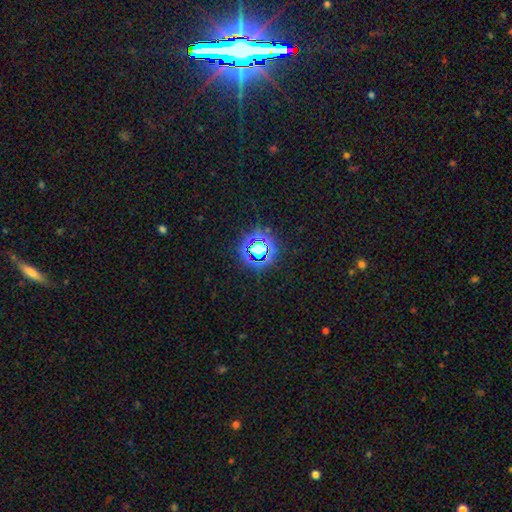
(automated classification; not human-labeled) Q: Smooth or featured?
A: star or artifact (66%); runner-up: smooth (24%)